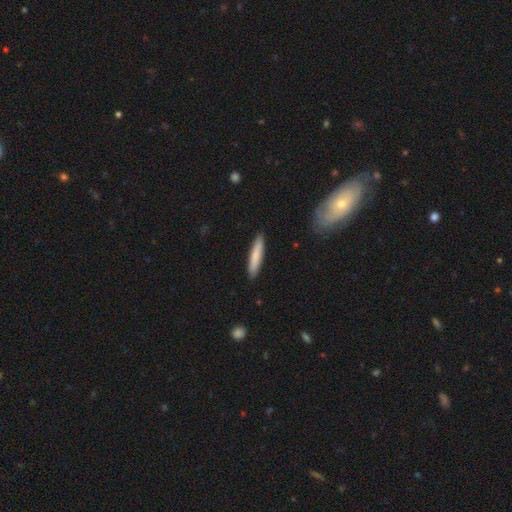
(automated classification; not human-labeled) The model was most divided on "smooth or featured": smooth: 81%, featured or disk: 14%, star or artifact: 5%. More confident: merging — none (90%); how rounded — cigar-shaped (89%).